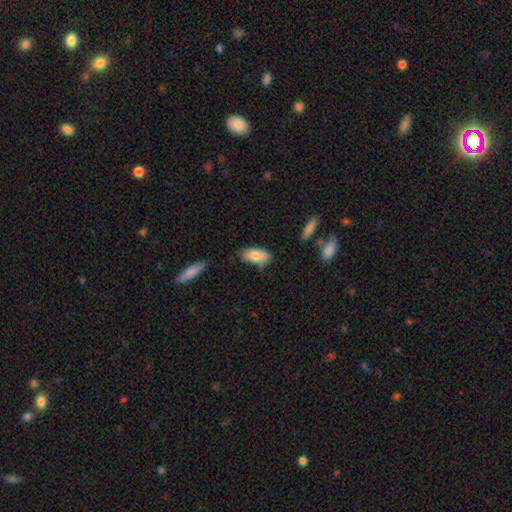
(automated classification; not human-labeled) This appears to be a smooth galaxy with no disk features (79%) that is in between round and cigar-shaped (89%). Merging: none (69%).